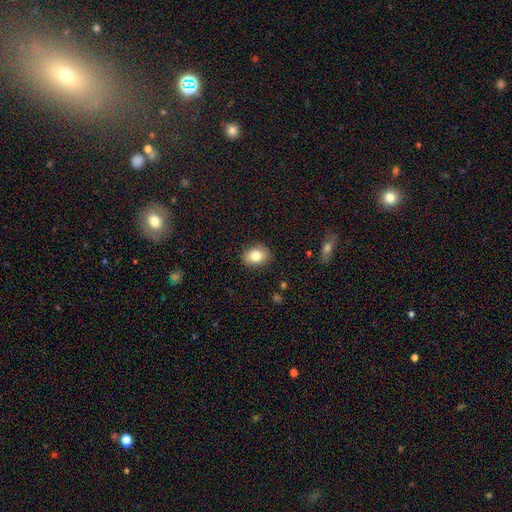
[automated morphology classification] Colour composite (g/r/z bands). It shows a smooth galaxy with no disk features (82%) that is in between round and cigar-shaped (63%). Merging: none (87%).